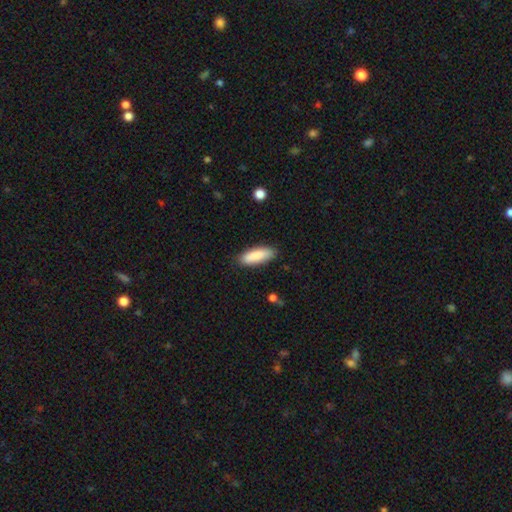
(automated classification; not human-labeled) smooth-or-featured: smooth: 87% | featured or disk: 7% | star or artifact: 6%
  how-rounded: in between: 55% | cigar-shaped: 43% | round: 2%
  merging: none: 86% | minor disturbance: 11% | major disturbance: 2% | merger: 1%